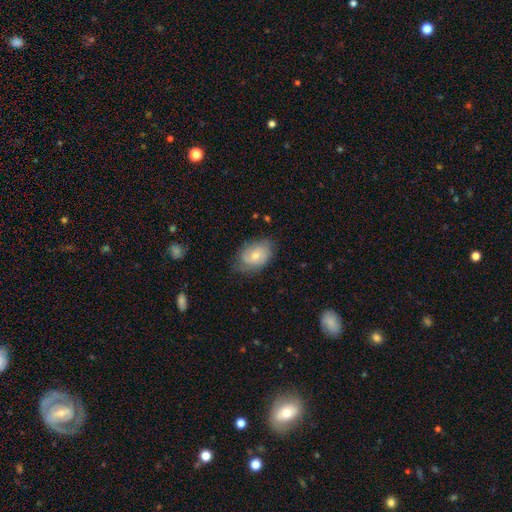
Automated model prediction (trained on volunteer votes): This is possibly a smooth galaxy (51%). How rounded: clearly in between (80%). Merging: likely none (66%).